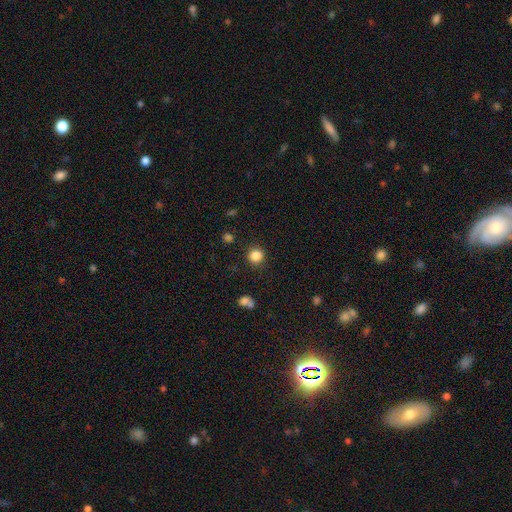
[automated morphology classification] Overall: smooth (85%). How rounded: round (91%). Merging: none (88%).